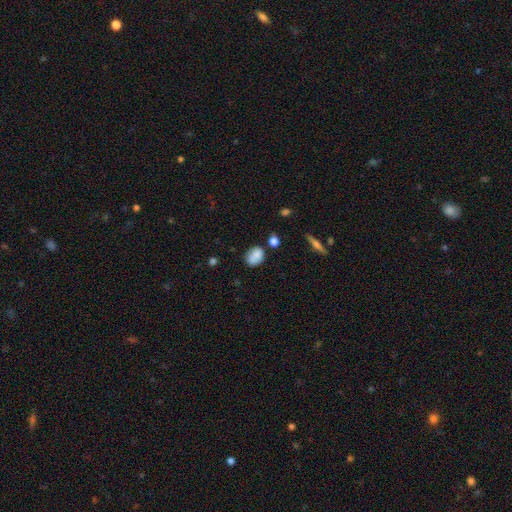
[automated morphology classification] smooth 80%, featured or disk 11%, star or artifact 9%. Down the decision tree: how rounded — in between (65%); merging — none (63%).